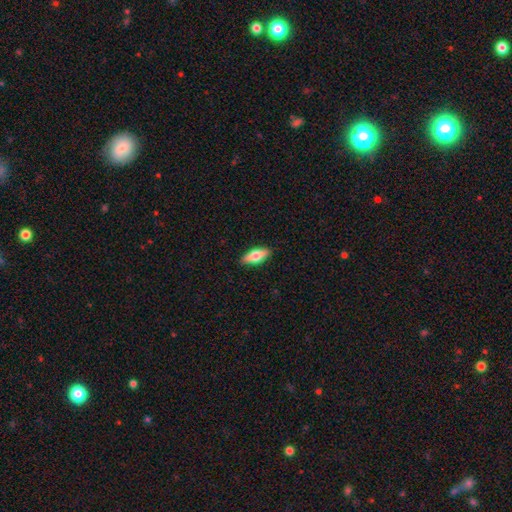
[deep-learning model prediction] Q: Smooth or featured?
A: smooth (67%); runner-up: featured or disk (27%)
Q: How rounded?
A: in between (72%); runner-up: cigar-shaped (26%)
Q: Merging?
A: none (89%); runner-up: minor disturbance (9%)